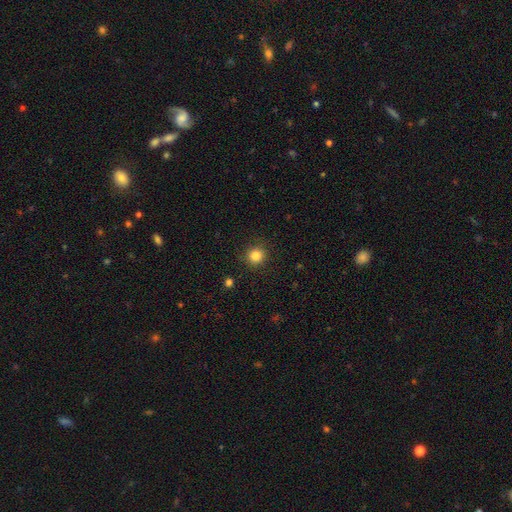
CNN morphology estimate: This appears to be a smooth galaxy with no disk features (83%) that is round (93%). Merging: none (91%).